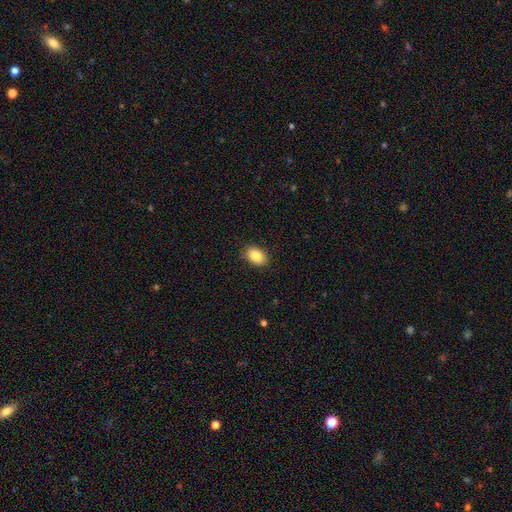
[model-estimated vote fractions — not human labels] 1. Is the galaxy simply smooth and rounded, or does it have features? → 86% smooth, 8% star or artifact, 6% featured or disk.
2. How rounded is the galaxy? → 83% in between, 15% round, 1% cigar-shaped.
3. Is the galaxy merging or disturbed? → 87% none, 9% minor disturbance, 2% major disturbance, 1% merger.